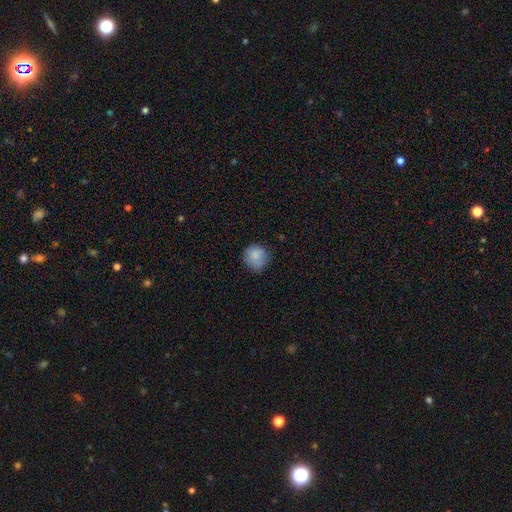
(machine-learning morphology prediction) Smooth or featured?
  - smooth: 82% *
  - featured or disk: 10%
  - star or artifact: 9%
How rounded?
  - round: 86% *
  - in between: 13%
  - cigar-shaped: 1%
Merging?
  - none: 68% *
  - minor disturbance: 24%
  - major disturbance: 6%
  - merger: 2%